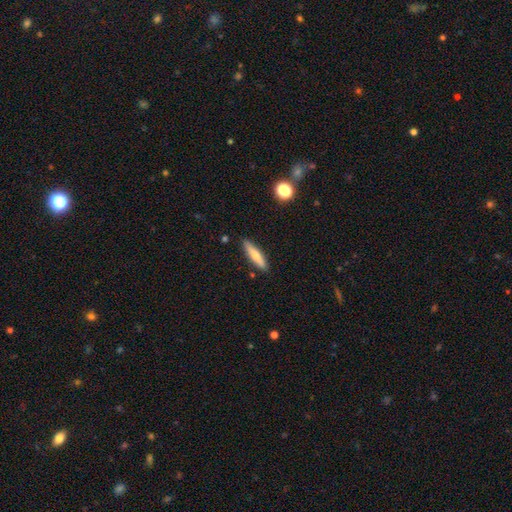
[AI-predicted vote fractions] Smooth or featured? smooth (62%)
How rounded? cigar-shaped (80%)
Merging? none (88%)